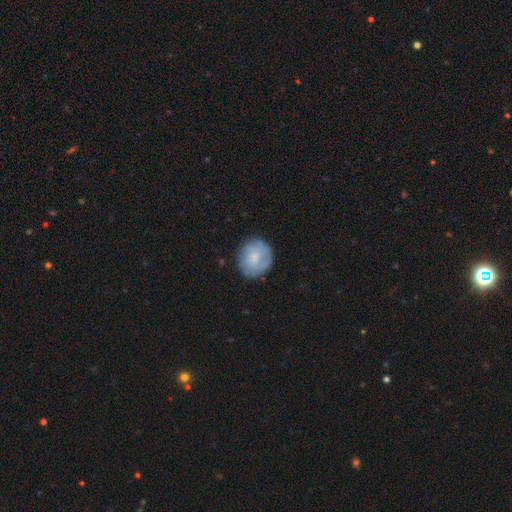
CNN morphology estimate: Smooth or featured: smooth — 65% (featured or disk — 29%)
How rounded: round — 86% (in between — 13%)
Merging: none — 79% (minor disturbance — 15%)